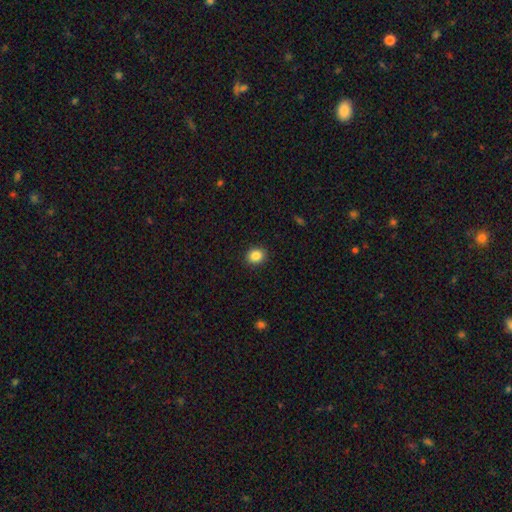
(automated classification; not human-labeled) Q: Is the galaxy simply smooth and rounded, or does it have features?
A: smooth — 87%.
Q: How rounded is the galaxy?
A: round — 70%.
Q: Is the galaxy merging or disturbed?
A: none — 90%.